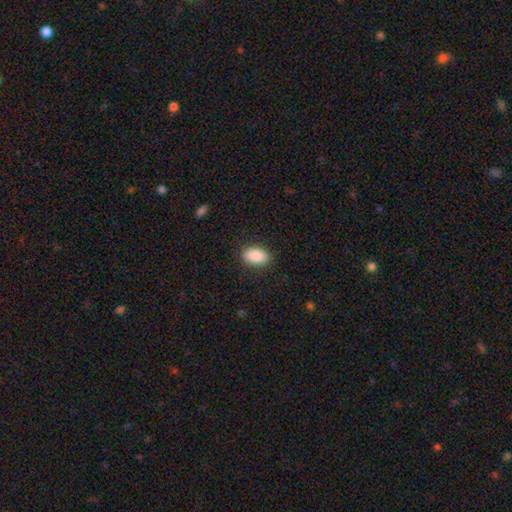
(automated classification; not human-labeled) Smooth or featured?
  - smooth: 90% *
  - star or artifact: 7%
  - featured or disk: 3%
How rounded?
  - in between: 92% *
  - round: 6%
  - cigar-shaped: 2%
Merging?
  - none: 88% *
  - minor disturbance: 9%
  - major disturbance: 3%
  - merger: 1%